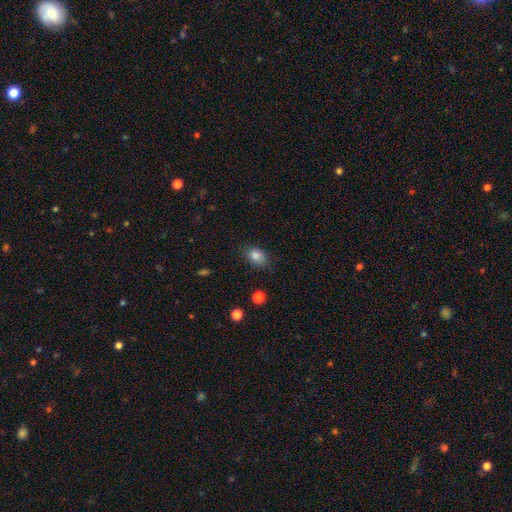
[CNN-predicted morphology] smooth_or_featured: smooth (p=0.84) [alt: star or artifact p=0.10]
how_rounded: in between (p=0.76) [alt: round p=0.23]
merging: none (p=0.81) [alt: minor disturbance p=0.14]